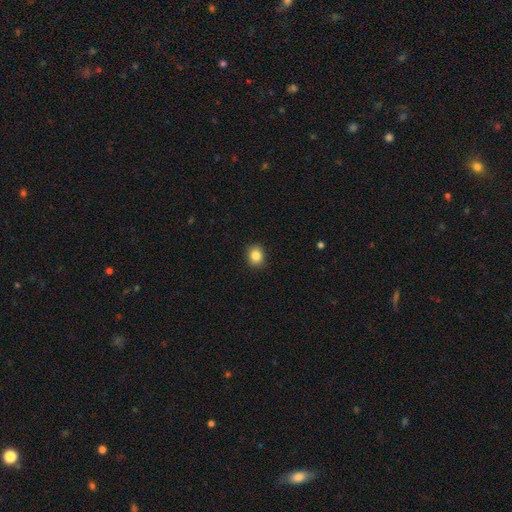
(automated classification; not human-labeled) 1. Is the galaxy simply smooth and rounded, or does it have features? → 85% smooth, 10% star or artifact, 5% featured or disk.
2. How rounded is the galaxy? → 67% round, 32% in between, 1% cigar-shaped.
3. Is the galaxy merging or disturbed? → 90% none, 7% minor disturbance, 2% major disturbance, 1% merger.